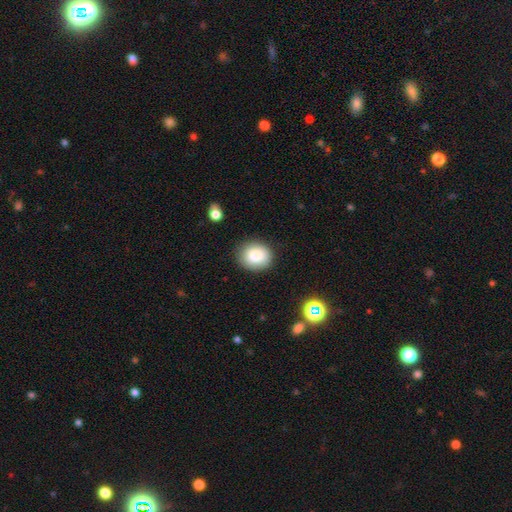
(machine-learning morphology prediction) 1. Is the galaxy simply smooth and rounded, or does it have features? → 84% smooth, 9% star or artifact, 7% featured or disk.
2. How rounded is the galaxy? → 66% round, 33% in between, 1% cigar-shaped.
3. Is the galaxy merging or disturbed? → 86% none, 10% minor disturbance, 2% major disturbance, 1% merger.